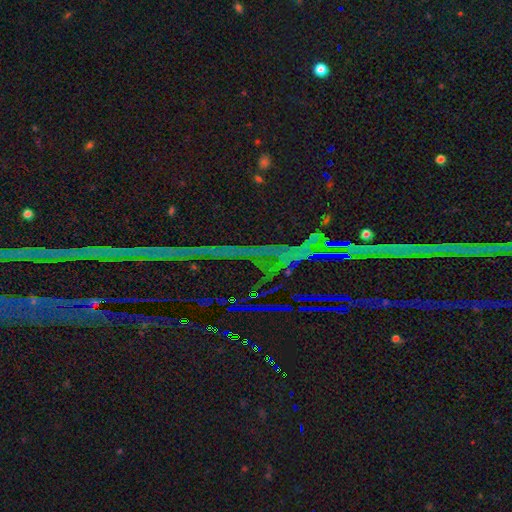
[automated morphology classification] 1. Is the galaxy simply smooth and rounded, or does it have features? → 88% star or artifact, 7% featured or disk, 6% smooth.